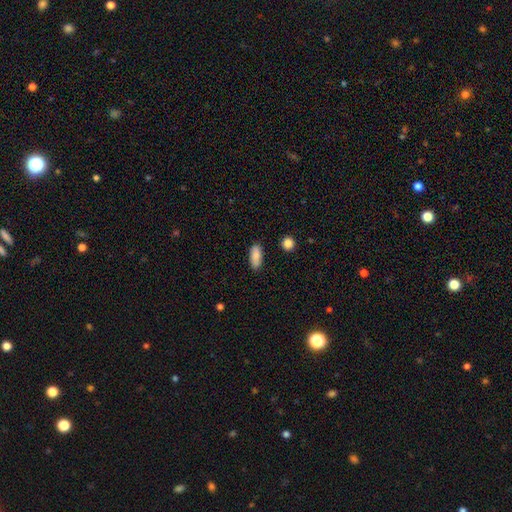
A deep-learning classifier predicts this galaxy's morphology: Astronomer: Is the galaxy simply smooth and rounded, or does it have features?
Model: smooth — 83%.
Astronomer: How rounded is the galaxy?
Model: in between — 83%.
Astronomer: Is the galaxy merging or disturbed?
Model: none — 85%.